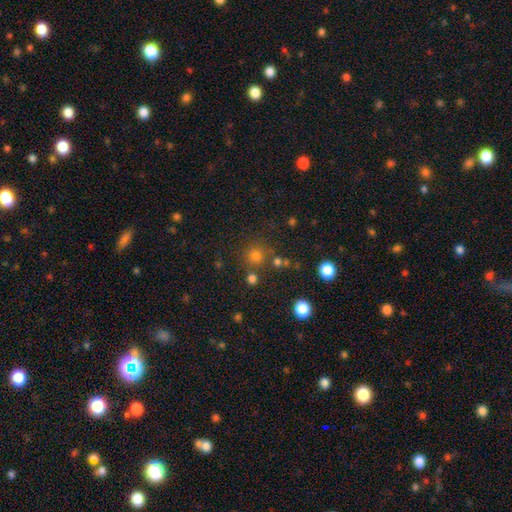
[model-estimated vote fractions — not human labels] Overall: smooth (69%). How rounded: round (90%). Merging: none (74%).